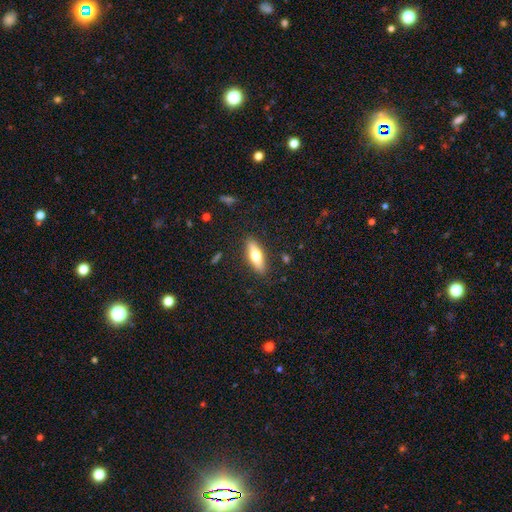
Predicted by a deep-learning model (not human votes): smooth-or-featured: smooth: 61% | featured or disk: 32% | star or artifact: 6%
  how-rounded: in between: 53% | cigar-shaped: 44% | round: 3%
  merging: none: 87% | minor disturbance: 9% | major disturbance: 2% | merger: 1%